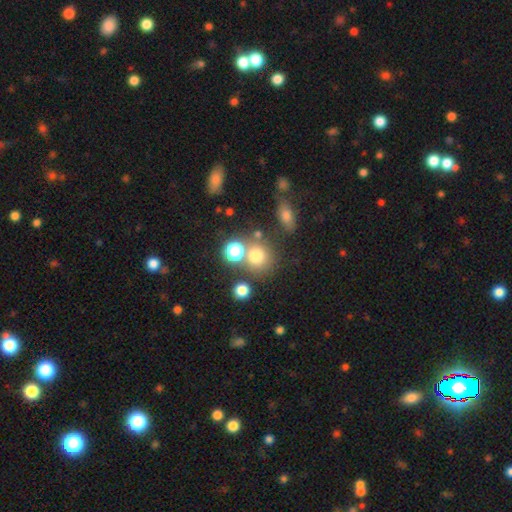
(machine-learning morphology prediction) A smooth galaxy with no disk features (72%) that is round (84%).

Vote fractions:
- Smooth or featured? smooth: 72% / star or artifact: 17% / featured or disk: 11%
- How rounded? round: 84% / in between: 14% / cigar-shaped: 1%
- Merging? none: 60% / merger: 25% / minor disturbance: 10% / major disturbance: 5%